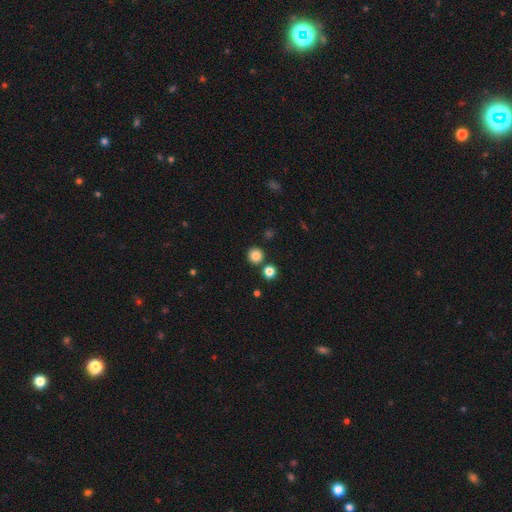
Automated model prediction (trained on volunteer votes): Overall: smooth (84%). How rounded: round (94%). Merging: none (83%).